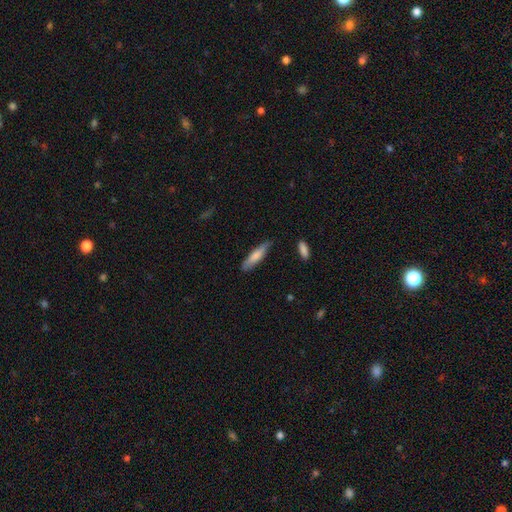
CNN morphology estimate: smooth_or_featured: smooth (p=0.75) [alt: featured or disk p=0.20]
how_rounded: cigar-shaped (p=0.77) [alt: in between p=0.21]
merging: none (p=0.76) [alt: minor disturbance p=0.19]